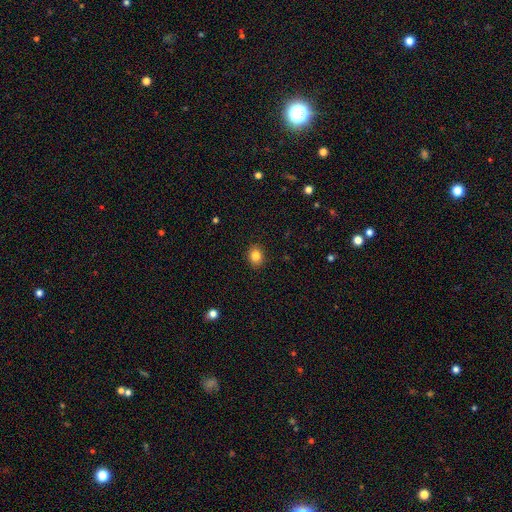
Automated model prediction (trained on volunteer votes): smooth_or_featured: smooth (p=0.84) [alt: star or artifact p=0.10]
how_rounded: round (p=0.53) [alt: in between p=0.46]
merging: none (p=0.90) [alt: minor disturbance p=0.07]